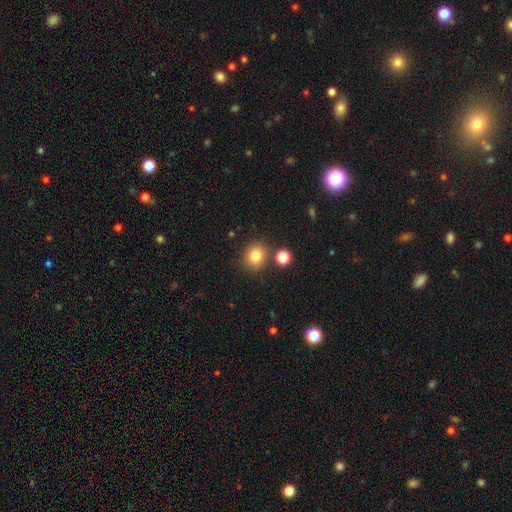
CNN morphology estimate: Smooth or featured? Predicted: smooth (p=0.81). How rounded? Predicted: round (p=0.81). Merging? Predicted: none (p=0.79).